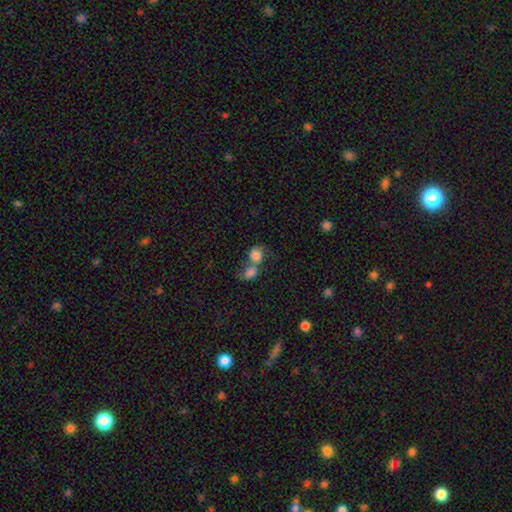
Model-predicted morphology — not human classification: Smooth or featured: smooth — 76% (featured or disk — 14%)
How rounded: round — 56% (in between — 42%)
Merging: merger — 74% (none — 14%)